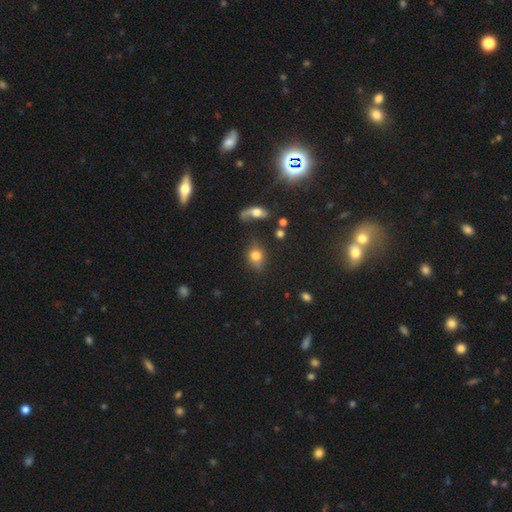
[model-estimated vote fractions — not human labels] smooth 69%, featured or disk 17%, star or artifact 14%. Down the decision tree: how rounded — in between (57%); merging — none (60%).